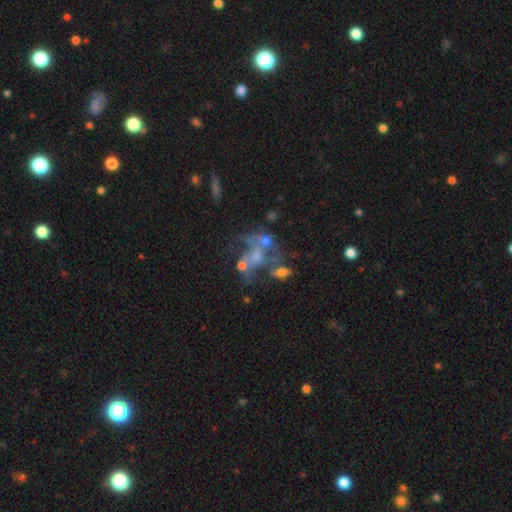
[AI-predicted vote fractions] This is possibly a featured or disk galaxy (56%). It is clearly not viewed edge-on (97%). Bar: clearly no (87%). Spiral arm pattern: clearly no (83%). Central bulge: possibly none (53%). Merging: marginally merger (34%).